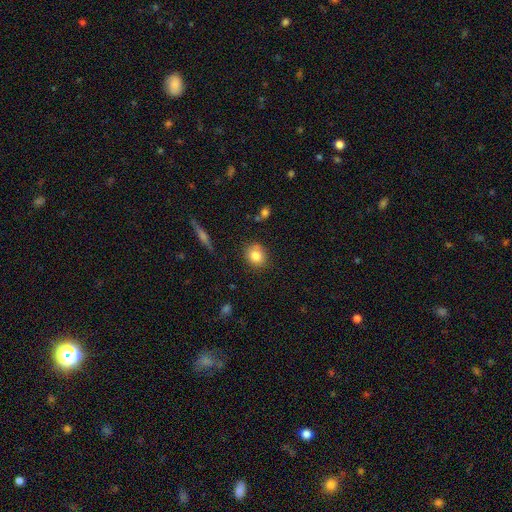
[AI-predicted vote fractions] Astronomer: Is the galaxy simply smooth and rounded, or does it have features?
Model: smooth — 82%.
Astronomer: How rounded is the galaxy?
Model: round — 71%.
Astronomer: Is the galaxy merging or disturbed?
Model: none — 82%.